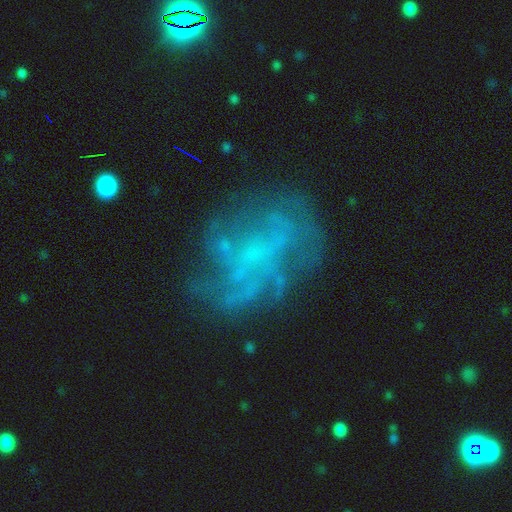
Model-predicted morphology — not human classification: A featured or disk galaxy (67%) with no bar (75%), spiral arms (55%) and no central bulge (70%). Merging: none (56%).